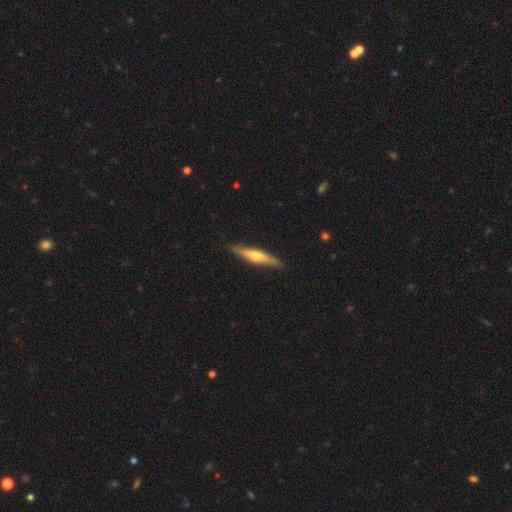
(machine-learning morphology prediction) Smooth or featured? Predicted: featured or disk (p=0.61). Edge-on disk? Predicted: yes (p=0.95). Edge-on bulge? Predicted: rounded (p=0.89). Merging? Predicted: none (p=0.88).